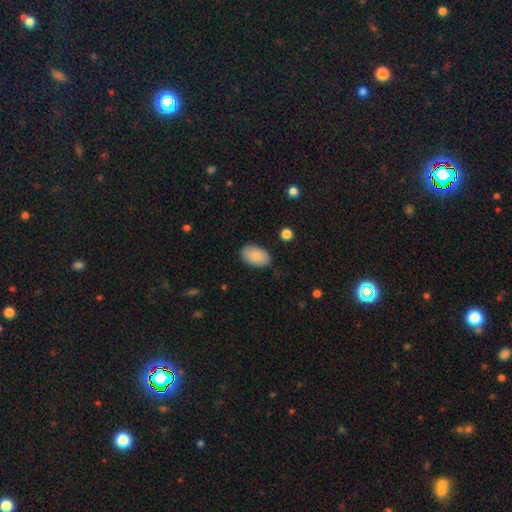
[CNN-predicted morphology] type=smooth (88%); roundness=in between (92%); merging=none (84%).